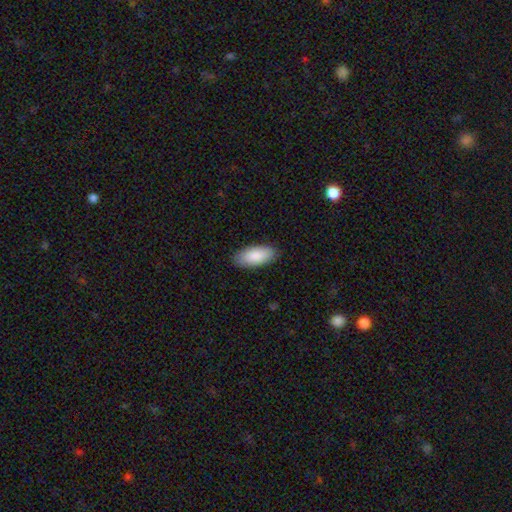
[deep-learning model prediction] This is clearly a smooth galaxy (89%). How rounded: clearly in between (92%). Merging: clearly none (88%).